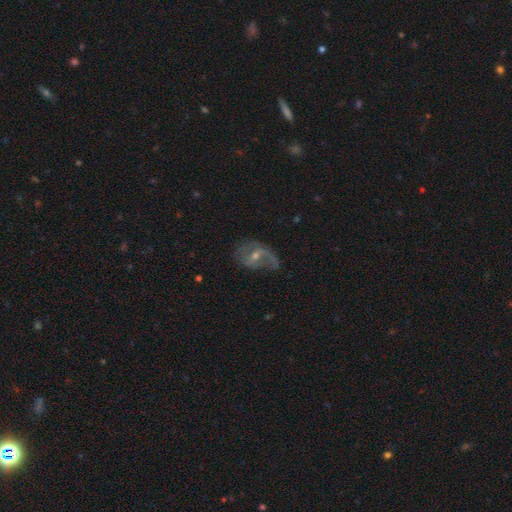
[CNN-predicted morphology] This is likely a featured or disk galaxy (72%). It is clearly not viewed edge-on (96%). Bar: marginally weak (45%). Spiral arm pattern: clearly yes (82%). Spiral arm count: possibly 2 (51%). Spiral winding: possibly loose (48%). Central bulge: possibly small (51%). Merging: possibly none (50%).